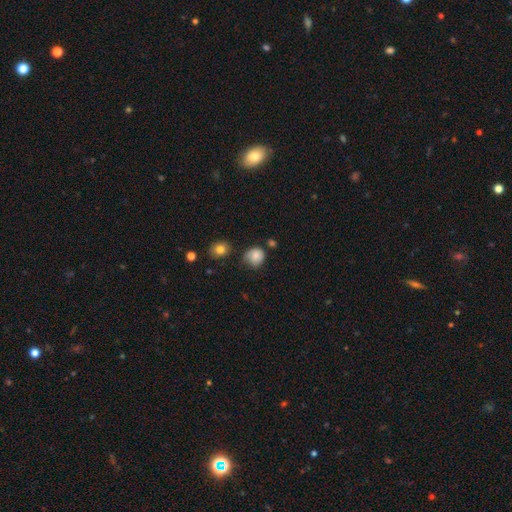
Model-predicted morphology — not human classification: Overall: smooth (80%). How rounded: round (78%). Merging: none (55%; minor disturbance 32%).